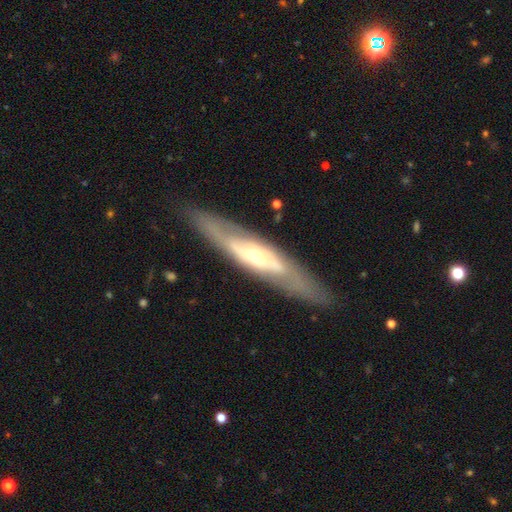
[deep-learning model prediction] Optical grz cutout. It shows a featured or disk galaxy (71%). Merging: none (84%).